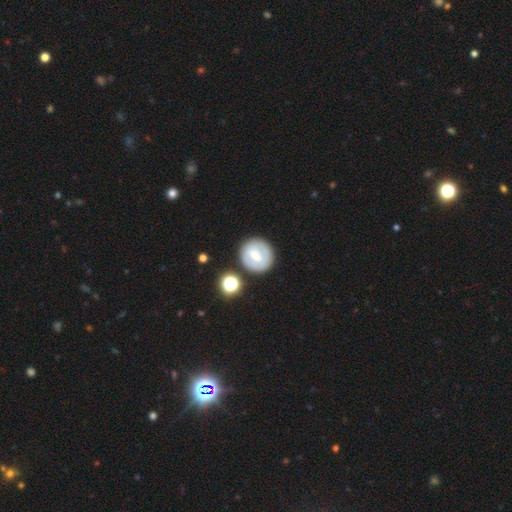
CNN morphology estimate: Smooth or featured: smooth — 48% (featured or disk — 44%)
Merging: none — 81% (minor disturbance — 10%)